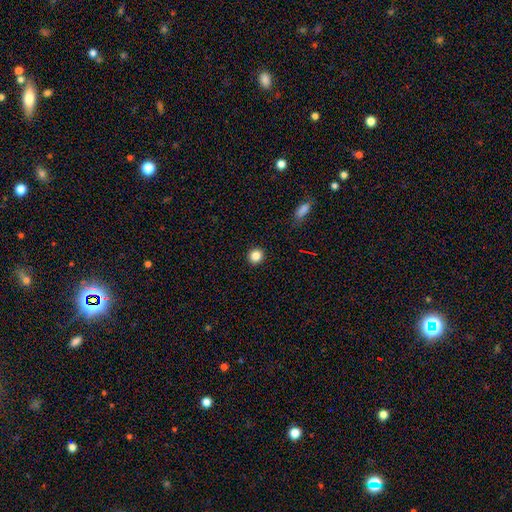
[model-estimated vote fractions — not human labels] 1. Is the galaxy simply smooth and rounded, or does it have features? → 85% smooth, 11% star or artifact, 4% featured or disk.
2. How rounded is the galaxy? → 92% round, 7% in between, 1% cigar-shaped.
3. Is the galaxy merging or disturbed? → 92% none, 5% minor disturbance, 2% major disturbance, 1% merger.